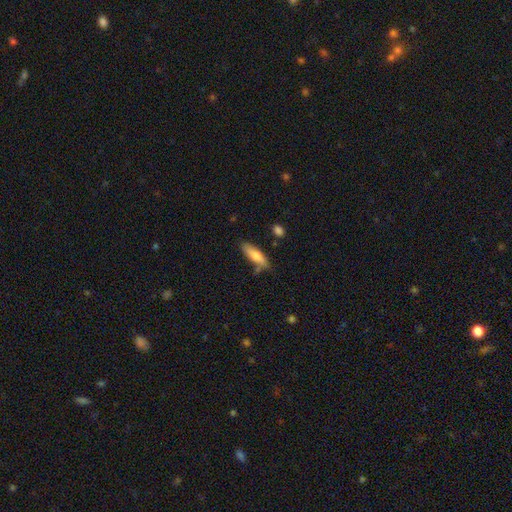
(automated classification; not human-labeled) A smooth galaxy with no disk features (71%) that is cigar-shaped (50%).

Vote fractions:
- Smooth or featured? smooth: 71% / featured or disk: 23% / star or artifact: 6%
- How rounded? cigar-shaped: 50% / in between: 48% / round: 2%
- Merging? none: 71% / minor disturbance: 19% / merger: 6% / major disturbance: 4%